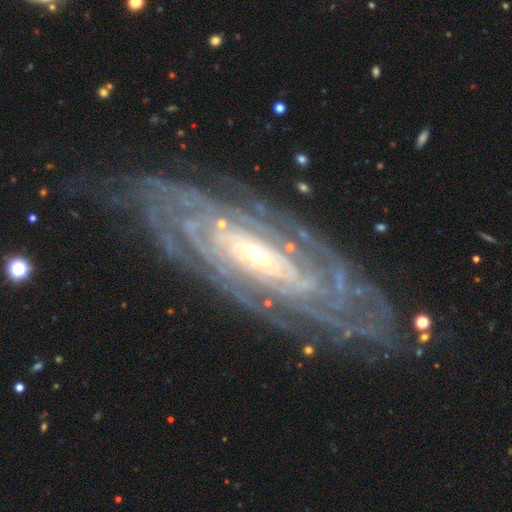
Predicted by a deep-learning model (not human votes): This appears to be a featured or disk galaxy (89%) with no bar (51%), tight (82%) spiral arms (96%) and a small central bulge (68%). Merging: none (78%).